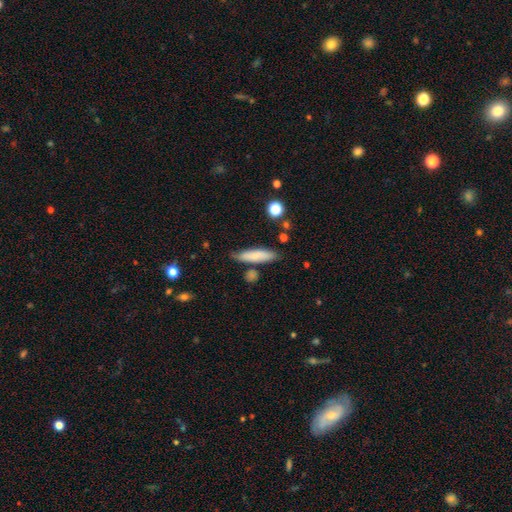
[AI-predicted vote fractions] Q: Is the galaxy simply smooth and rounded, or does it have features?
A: smooth — 78%.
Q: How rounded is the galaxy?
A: cigar-shaped — 77%.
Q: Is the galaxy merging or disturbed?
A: none — 77%.